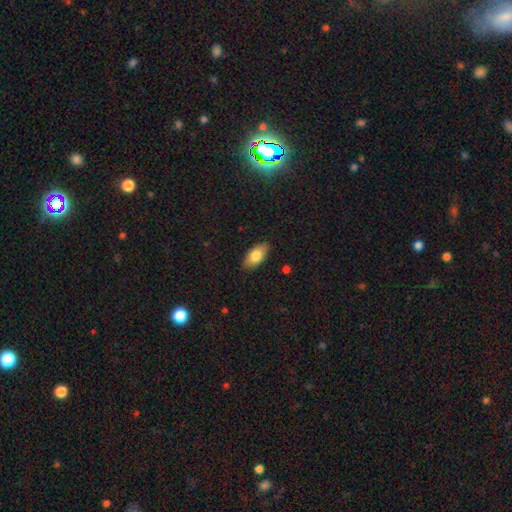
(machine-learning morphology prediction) Smooth or featured?
  - smooth: 79% *
  - featured or disk: 14%
  - star or artifact: 7%
How rounded?
  - in between: 92% *
  - cigar-shaped: 4%
  - round: 3%
Merging?
  - none: 87% *
  - minor disturbance: 10%
  - major disturbance: 2%
  - merger: 1%